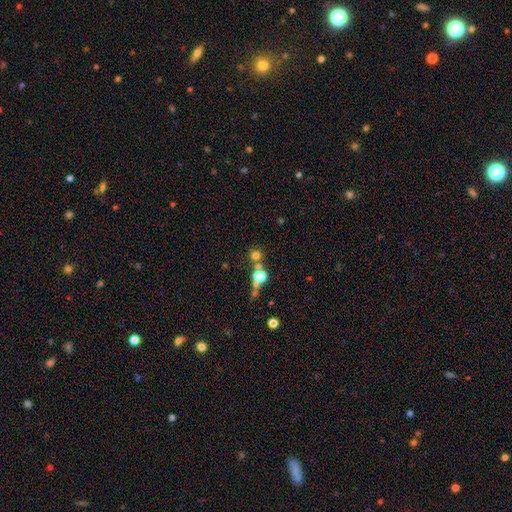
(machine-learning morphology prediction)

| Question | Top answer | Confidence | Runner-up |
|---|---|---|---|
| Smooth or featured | smooth | 51% | star or artifact (33%) |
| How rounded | round | 88% | in between (10%) |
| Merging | none | 58% | merger (30%) |